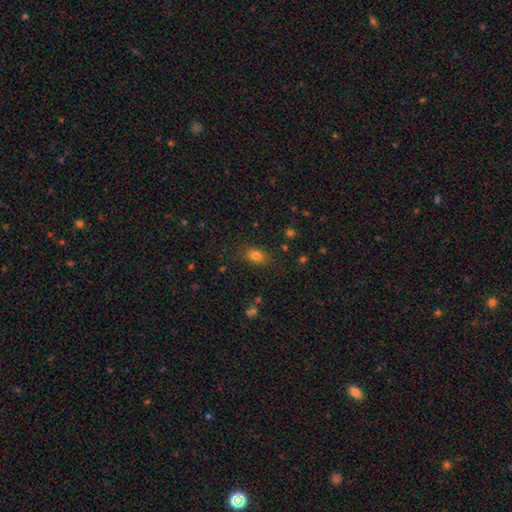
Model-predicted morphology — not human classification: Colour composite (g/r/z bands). It shows a smooth galaxy with no disk features (80%) that is in between round and cigar-shaped (73%). Merging: none (83%).